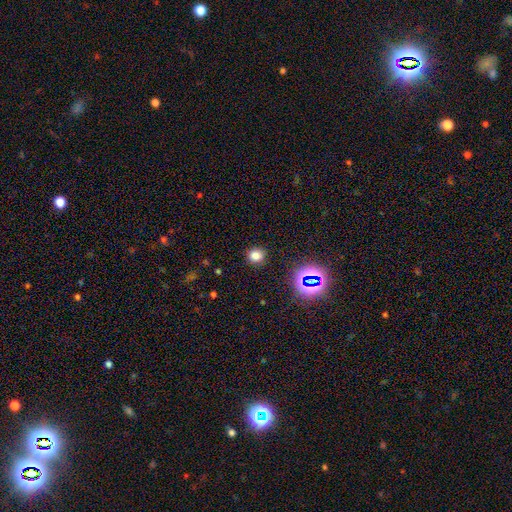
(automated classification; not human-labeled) Smooth or featured? Predicted: smooth (p=0.75). How rounded? Predicted: round (p=0.85). Merging? Predicted: none (p=0.90).